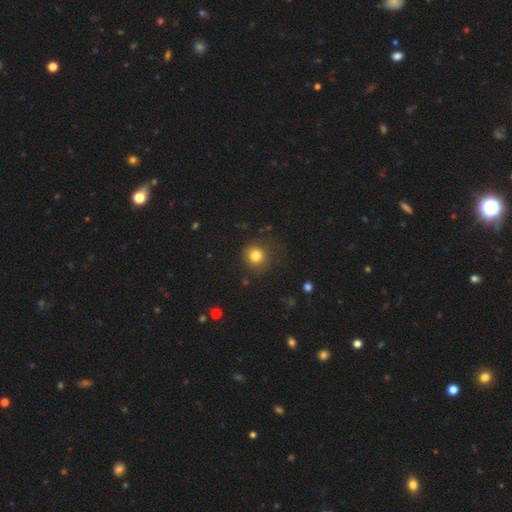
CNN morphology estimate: Smooth or featured? smooth (81%)
How rounded? round (91%)
Merging? none (82%)